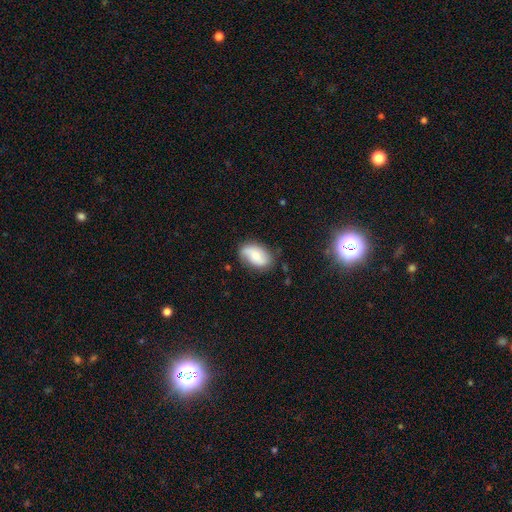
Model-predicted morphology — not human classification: Smooth or featured: smooth — 59% (featured or disk — 34%)
How rounded: in between — 90% (round — 7%)
Merging: none — 73% (minor disturbance — 20%)